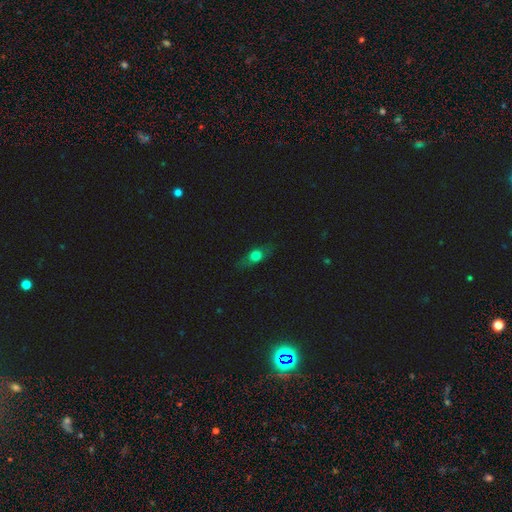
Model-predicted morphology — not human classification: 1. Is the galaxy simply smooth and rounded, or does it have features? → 54% smooth, 32% featured or disk, 13% star or artifact.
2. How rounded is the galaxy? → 50% in between, 28% cigar-shaped, 22% round.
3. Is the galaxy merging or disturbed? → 78% none, 15% minor disturbance, 6% major disturbance, 1% merger.